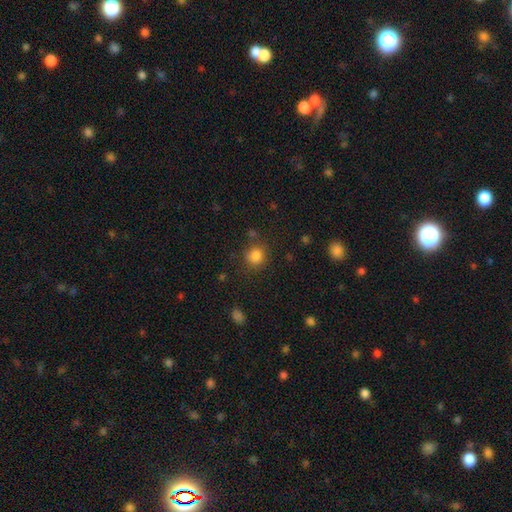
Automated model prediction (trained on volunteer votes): A smooth galaxy with no disk features (84%) that is round (86%).

Vote fractions:
- Smooth or featured? smooth: 84% / star or artifact: 12% / featured or disk: 5%
- How rounded? round: 86% / in between: 13% / cigar-shaped: 1%
- Merging? none: 79% / minor disturbance: 12% / major disturbance: 5% / merger: 5%